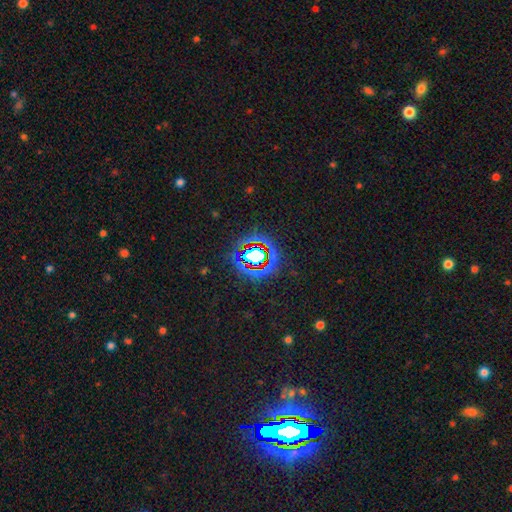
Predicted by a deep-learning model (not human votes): The model was most divided on "smooth or featured": star or artifact: 70%, smooth: 18%, featured or disk: 12%.